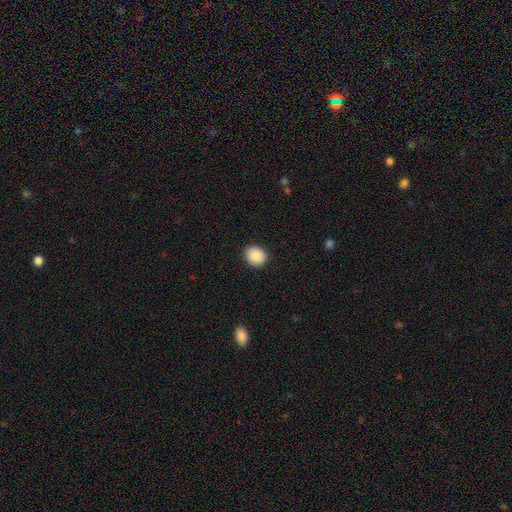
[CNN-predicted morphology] The model was most divided on "how rounded": round: 68%, in between: 31%, cigar-shaped: 1%. More confident: merging — none (91%); smooth or featured — smooth (89%).